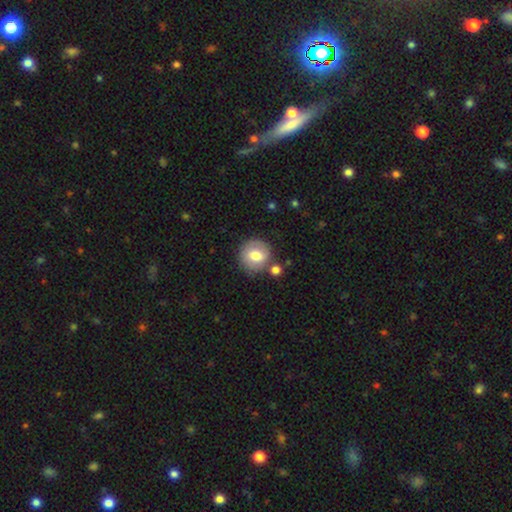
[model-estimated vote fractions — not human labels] Smooth or featured? Predicted: smooth (p=0.72). How rounded? Predicted: round (p=0.90). Merging? Predicted: none (p=0.75).